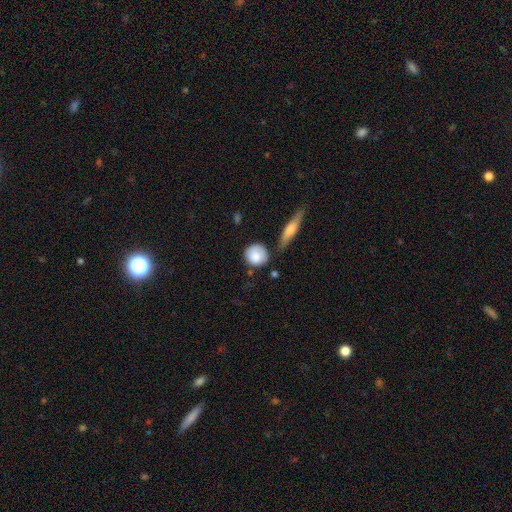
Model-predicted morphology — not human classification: smooth-or-featured: smooth: 84% | featured or disk: 10% | star or artifact: 6%
  how-rounded: round: 82% | in between: 15% | cigar-shaped: 3%
  merging: none: 66% | minor disturbance: 21% | merger: 7% | major disturbance: 5%